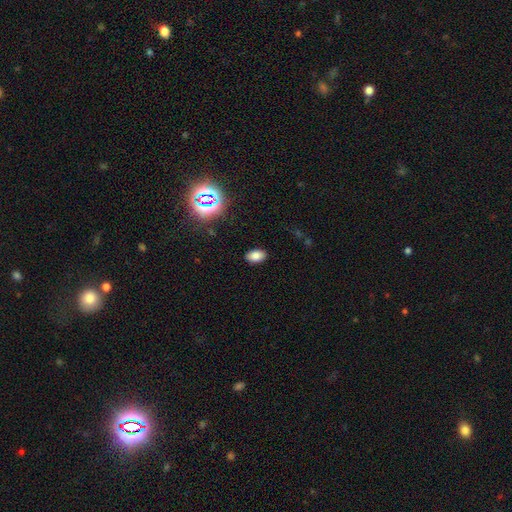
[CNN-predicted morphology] A smooth galaxy with no disk features (79%) that is in between round and cigar-shaped (90%). Merging: none (88%).